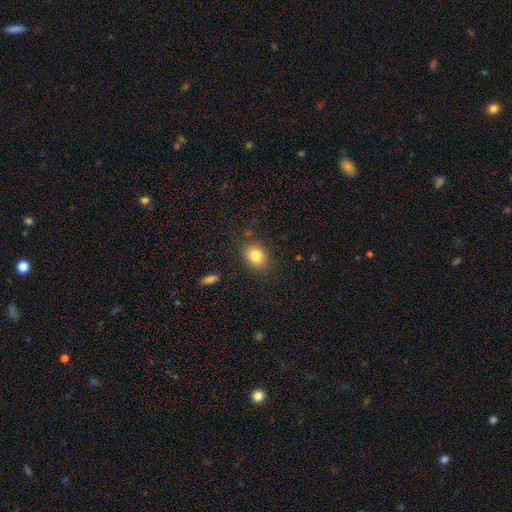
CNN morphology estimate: Smooth or featured: smooth — 81% (star or artifact — 10%)
How rounded: in between — 59% (round — 39%)
Merging: none — 82% (minor disturbance — 12%)